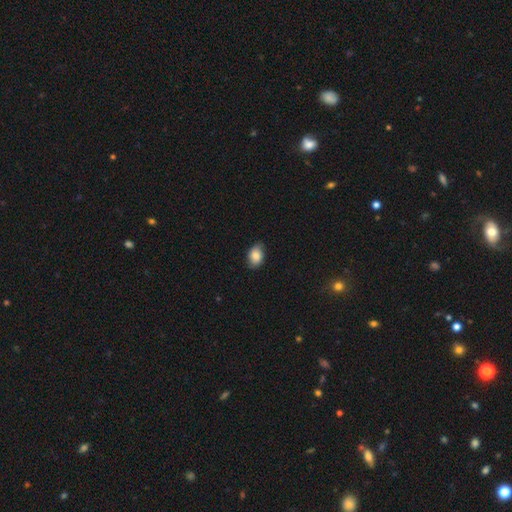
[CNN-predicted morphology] Overall: smooth (83%). How rounded: in between (83%). Merging: none (81%).